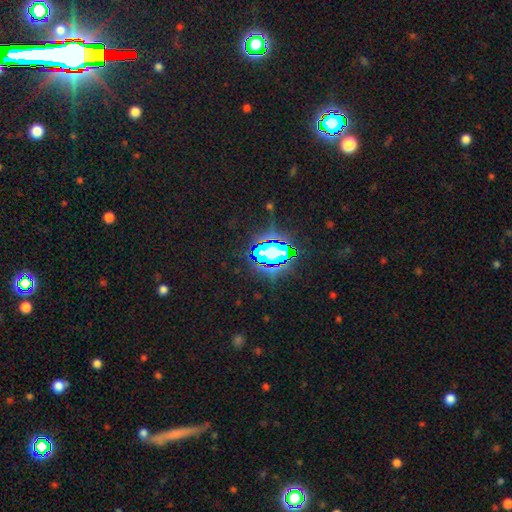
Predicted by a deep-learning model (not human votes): A star or artifact, not a galaxy (79%).

Vote fractions:
- Smooth or featured? star or artifact: 79% / smooth: 14% / featured or disk: 7%